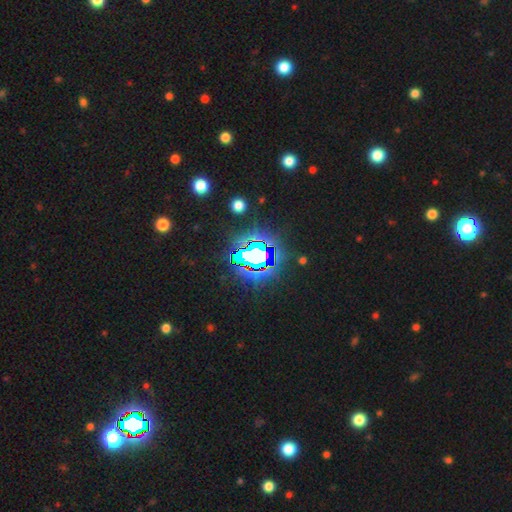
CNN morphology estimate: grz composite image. It shows a star or artifact, not a galaxy (72%).